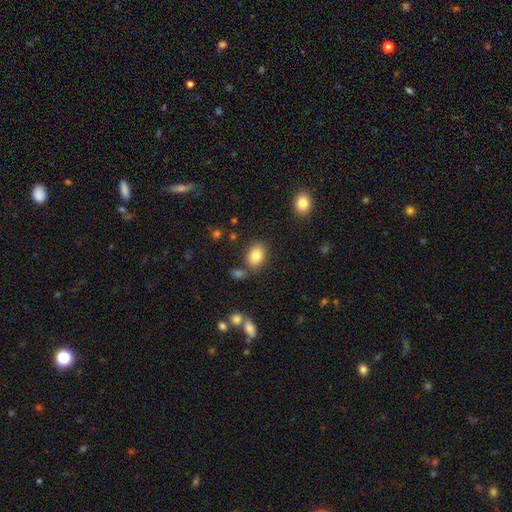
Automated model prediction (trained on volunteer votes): This is clearly a smooth galaxy (85%). How rounded: likely in between (73%). Merging: likely none (75%).